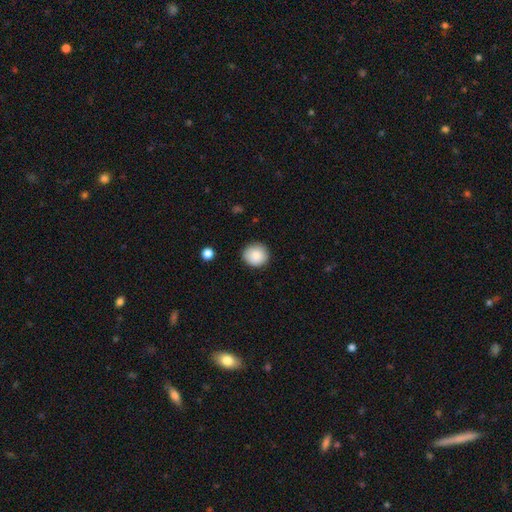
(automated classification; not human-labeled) This appears to be a smooth galaxy with no disk features (87%) that is round (91%). Merging: none (89%).